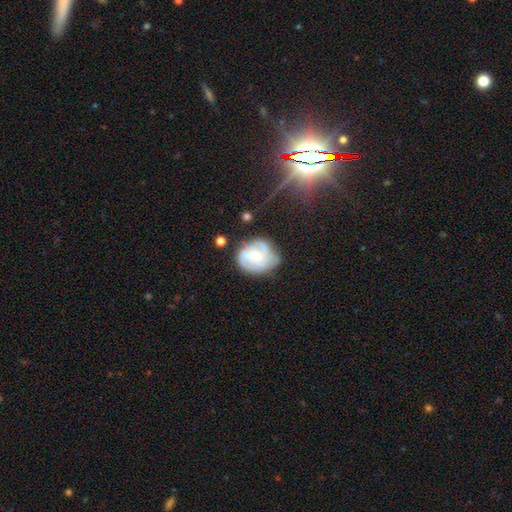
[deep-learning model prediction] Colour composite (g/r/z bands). It shows a featured or disk galaxy (72%) with no bar (55%), 3 (30%) tight (54%) spiral arms (89%) and a small central bulge (47%, tied with moderate). Merging: none (62%).